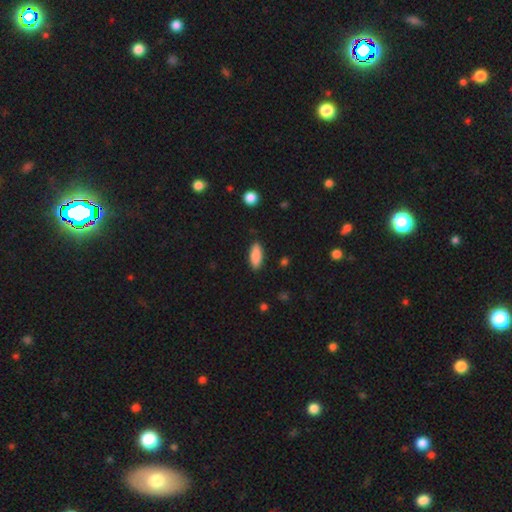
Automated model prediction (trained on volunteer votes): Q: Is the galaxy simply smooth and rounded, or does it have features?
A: smooth — 88%.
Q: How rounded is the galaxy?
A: in between — 73%.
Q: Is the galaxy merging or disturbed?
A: none — 87%.